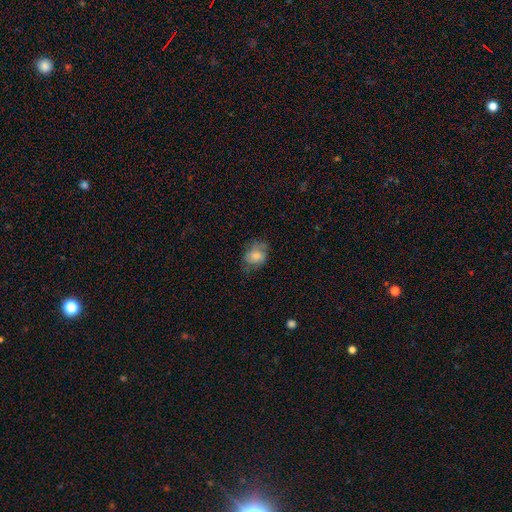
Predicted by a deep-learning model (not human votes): Smooth or featured?
  - smooth: 65% *
  - featured or disk: 26%
  - star or artifact: 9%
How rounded?
  - in between: 60% *
  - round: 39%
  - cigar-shaped: 1%
Merging?
  - none: 55% *
  - minor disturbance: 28%
  - major disturbance: 15%
  - merger: 1%